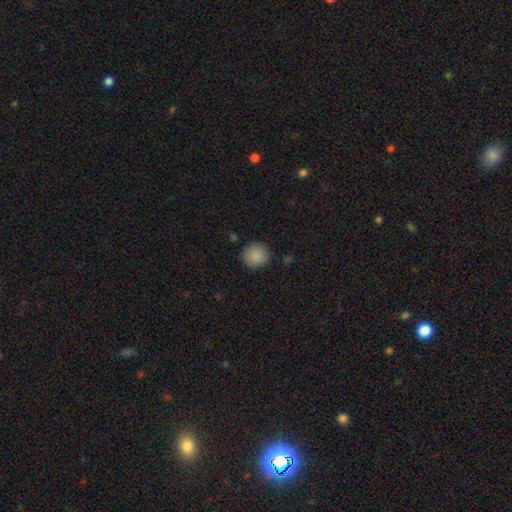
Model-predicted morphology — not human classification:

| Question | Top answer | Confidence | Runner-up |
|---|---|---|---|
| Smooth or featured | smooth | 88% | star or artifact (8%) |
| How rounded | round | 92% | in between (7%) |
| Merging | none | 89% | minor disturbance (8%) |